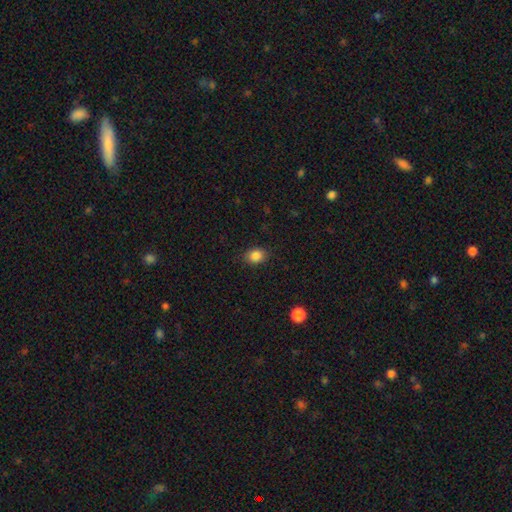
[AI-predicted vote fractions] Q: Smooth or featured?
A: smooth (85%); runner-up: star or artifact (10%)
Q: How rounded?
A: in between (55%); runner-up: round (44%)
Q: Merging?
A: none (86%); runner-up: minor disturbance (10%)